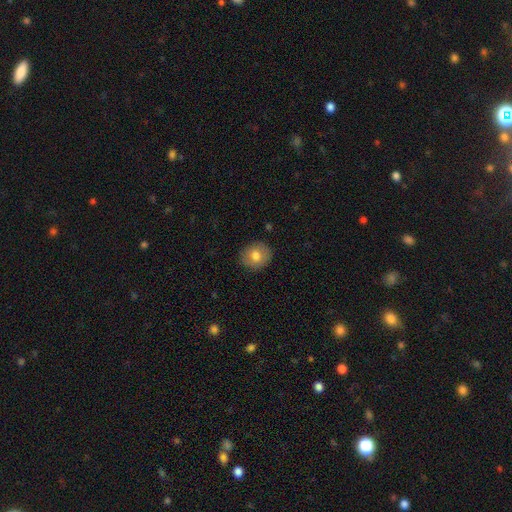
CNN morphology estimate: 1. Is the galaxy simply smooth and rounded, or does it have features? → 75% smooth, 17% featured or disk, 8% star or artifact.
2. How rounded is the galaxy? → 80% round, 19% in between, 1% cigar-shaped.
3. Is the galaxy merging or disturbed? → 88% none, 9% minor disturbance, 2% major disturbance, 1% merger.